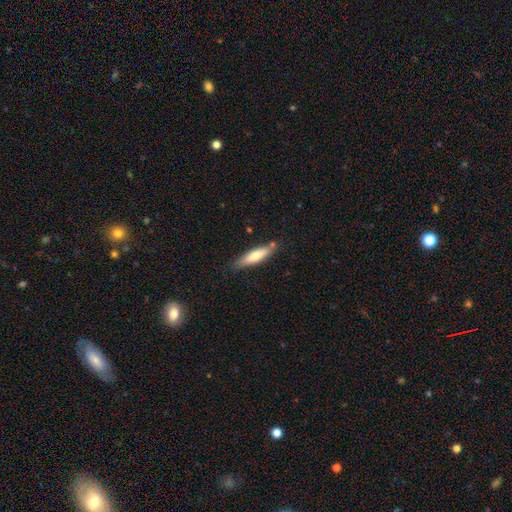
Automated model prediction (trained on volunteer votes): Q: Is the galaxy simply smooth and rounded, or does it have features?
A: smooth — 67%.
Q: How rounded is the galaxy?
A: cigar-shaped — 72%.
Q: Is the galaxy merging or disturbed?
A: none — 76%.